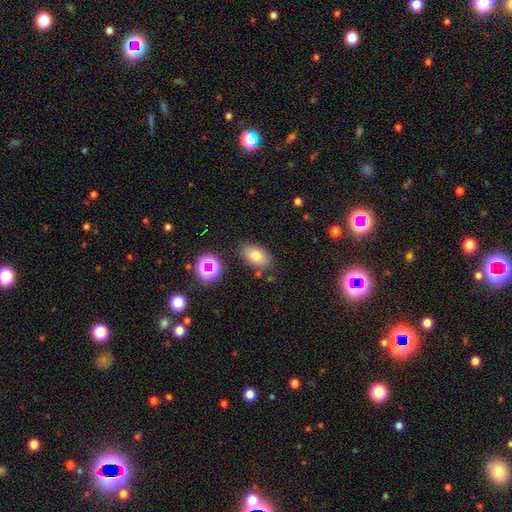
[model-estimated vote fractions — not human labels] The model was most divided on "smooth or featured": smooth: 75%, star or artifact: 12%, featured or disk: 12%. More confident: how rounded — in between (88%); merging — none (81%).